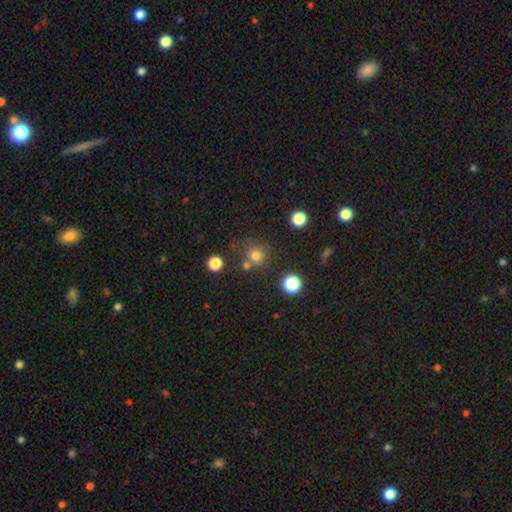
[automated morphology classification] smooth 75%, star or artifact 17%, featured or disk 8%. Down the decision tree: how rounded — round (90%); merging — none (65%).